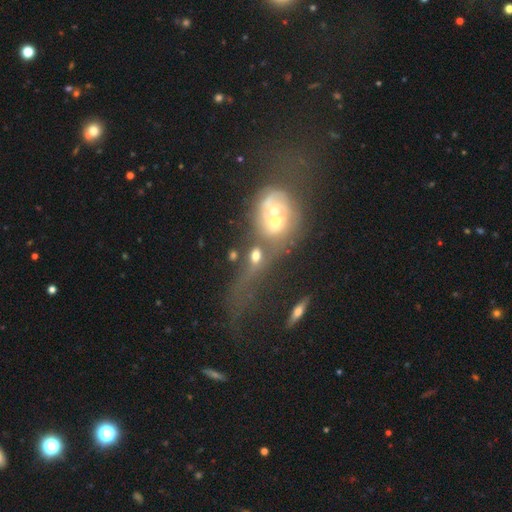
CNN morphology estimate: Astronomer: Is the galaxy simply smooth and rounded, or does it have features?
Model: smooth — 53% (runner-up: featured or disk, 31%).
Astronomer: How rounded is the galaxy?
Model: in between — 54% (runner-up: round, 40%).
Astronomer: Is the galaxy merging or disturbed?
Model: merger — 61%.